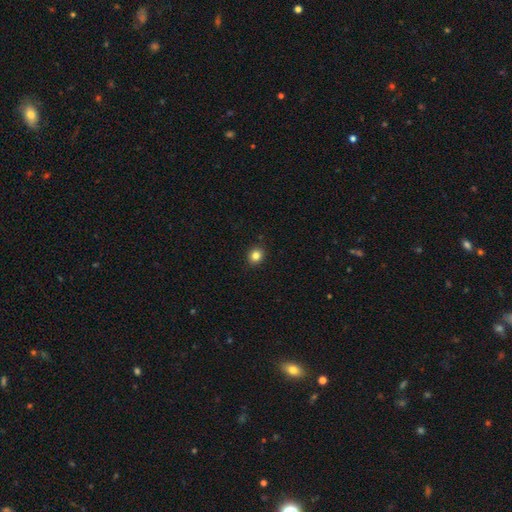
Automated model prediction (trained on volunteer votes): Smooth or featured?
  - smooth: 83% *
  - star or artifact: 12%
  - featured or disk: 5%
How rounded?
  - round: 78% *
  - in between: 21%
  - cigar-shaped: 1%
Merging?
  - none: 91% *
  - minor disturbance: 6%
  - major disturbance: 2%
  - merger: 1%